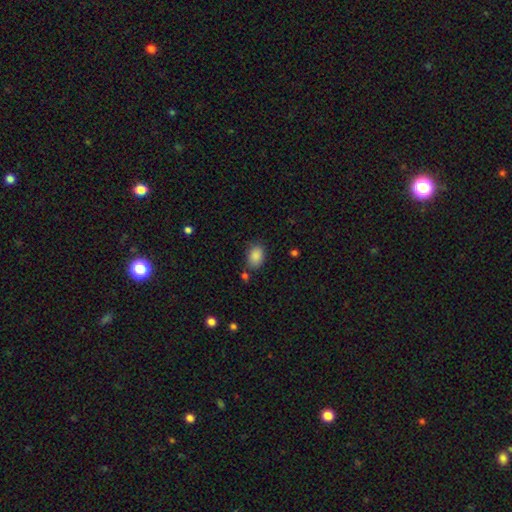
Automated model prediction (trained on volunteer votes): This is clearly a smooth galaxy (88%). How rounded: clearly in between (82%). Merging: likely none (76%).